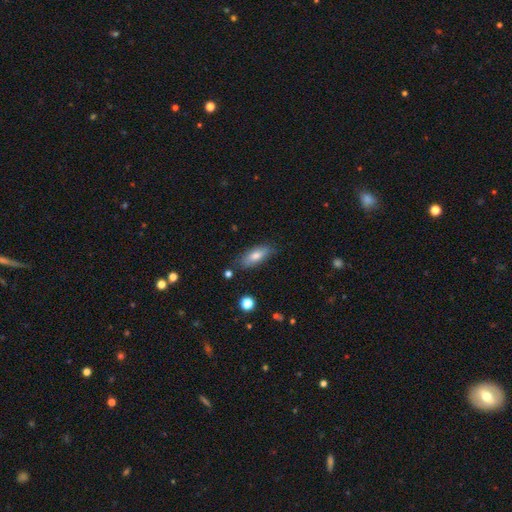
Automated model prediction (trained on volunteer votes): The model was most divided on "how rounded": in between: 72%, cigar-shaped: 26%, round: 3%. More confident: merging — none (80%); smooth or featured — smooth (73%).